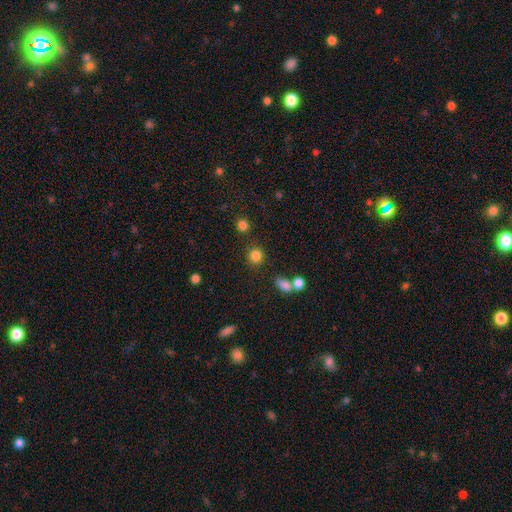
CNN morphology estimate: Smooth or featured: smooth — 82% (star or artifact — 13%)
How rounded: round — 87% (in between — 12%)
Merging: none — 81% (minor disturbance — 9%)